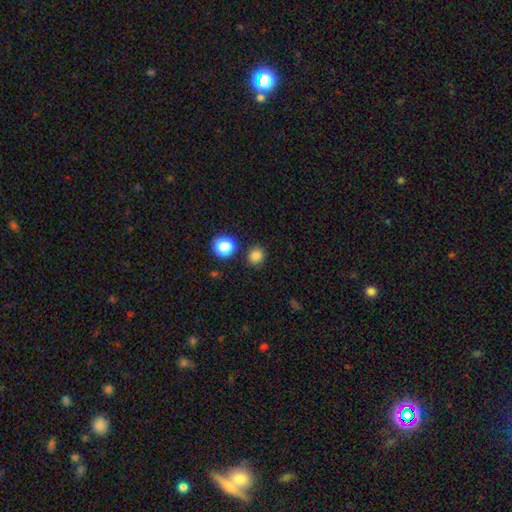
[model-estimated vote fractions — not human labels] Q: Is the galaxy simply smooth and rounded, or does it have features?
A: smooth — 82%.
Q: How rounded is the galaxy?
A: round — 87%.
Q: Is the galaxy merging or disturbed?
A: none — 85%.